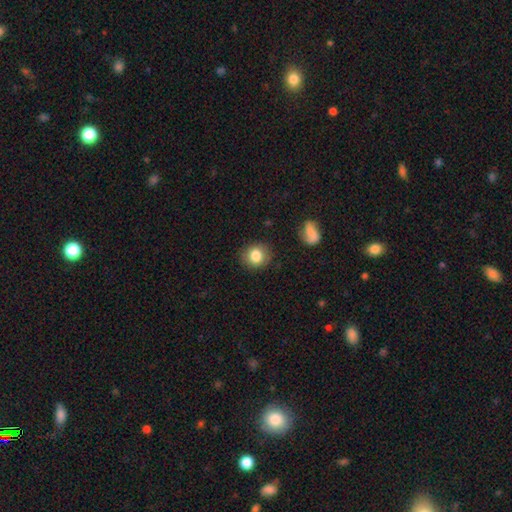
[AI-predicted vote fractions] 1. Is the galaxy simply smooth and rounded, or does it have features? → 82% smooth, 10% star or artifact, 8% featured or disk.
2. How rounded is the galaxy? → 81% round, 18% in between, 1% cigar-shaped.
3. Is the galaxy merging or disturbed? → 85% none, 11% minor disturbance, 3% major disturbance, 2% merger.